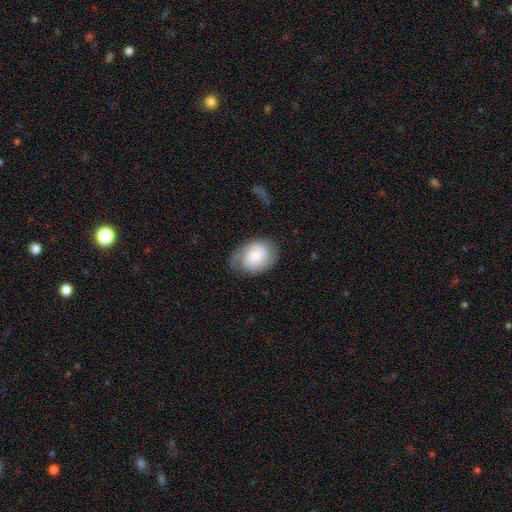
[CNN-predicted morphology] Smooth or featured?
  - featured or disk: 53% *
  - smooth: 40%
  - star or artifact: 7%
Edge-on disk?
  - no: 97% *
  - yes: 3%
Bar?
  - no: 70% *
  - weak: 25%
  - strong: 5%
Spiral arms?
  - yes: 86% *
  - no: 14%
Bulge size?
  - small: 46% *
  - moderate: 37%
  - large: 10%
  - none: 5%
  - dominant: 3%
Merging?
  - none: 62% *
  - minor disturbance: 24%
  - major disturbance: 12%
  - merger: 2%